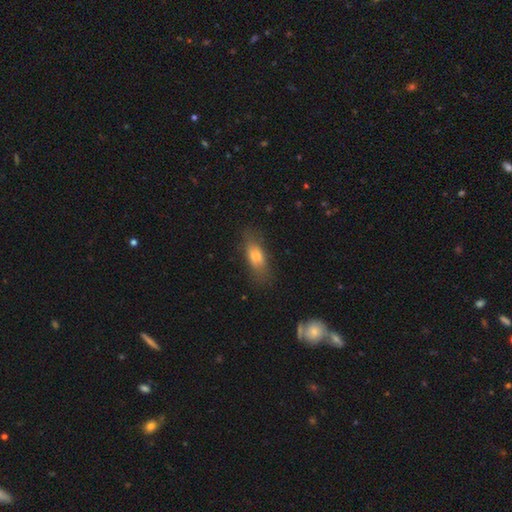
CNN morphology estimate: Smooth or featured: smooth — 68% (featured or disk — 22%)
How rounded: in between — 65% (cigar-shaped — 31%)
Merging: none — 71% (minor disturbance — 19%)